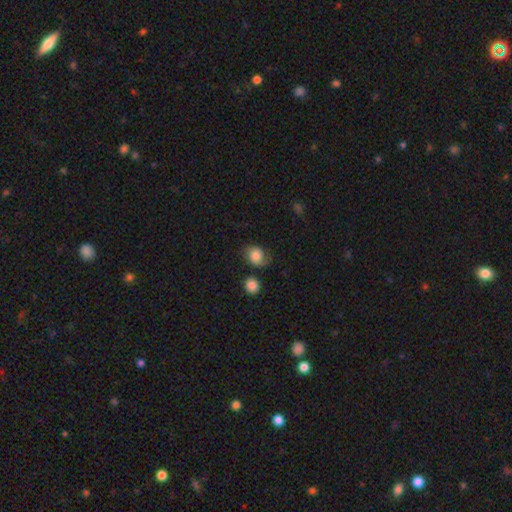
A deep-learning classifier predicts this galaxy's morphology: A smooth galaxy with no disk features (64%) that is round (58%).

Vote fractions:
- Smooth or featured? smooth: 64% / featured or disk: 26% / star or artifact: 9%
- How rounded? round: 58% / in between: 41% / cigar-shaped: 1%
- Merging? none: 62% / minor disturbance: 24% / major disturbance: 9% / merger: 4%